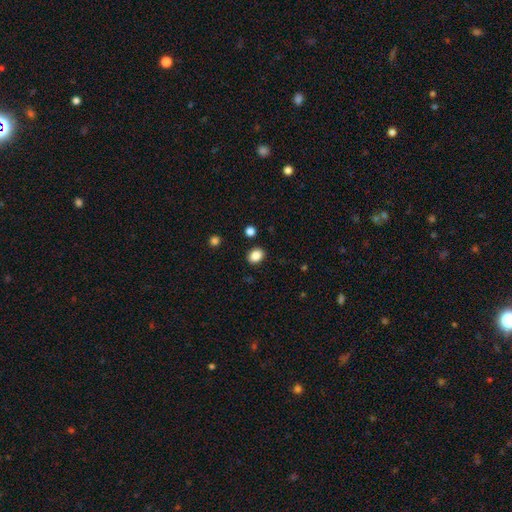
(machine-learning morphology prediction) Smooth or featured? smooth (86%)
How rounded? in between (57%)
Merging? none (88%)